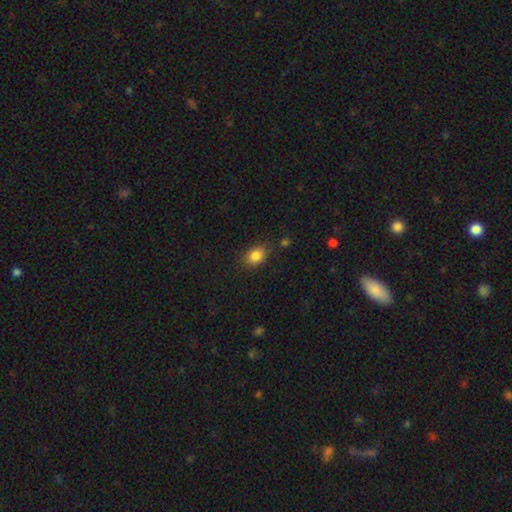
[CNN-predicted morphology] Overall: smooth (86%). How rounded: in between (65%; round 34%). Merging: none (78%).